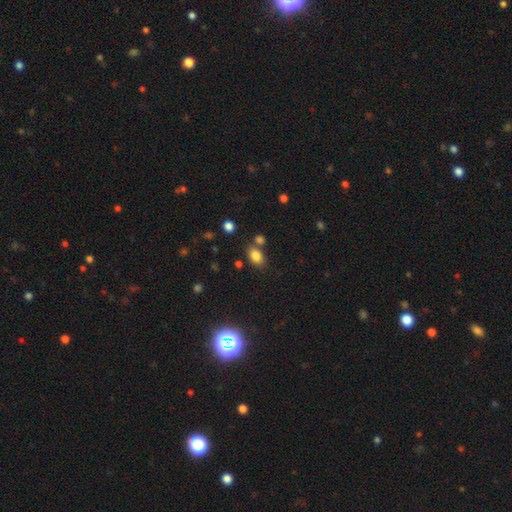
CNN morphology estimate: smooth 82%, star or artifact 10%, featured or disk 7%. Down the decision tree: how rounded — in between (84%); merging — none (69%).